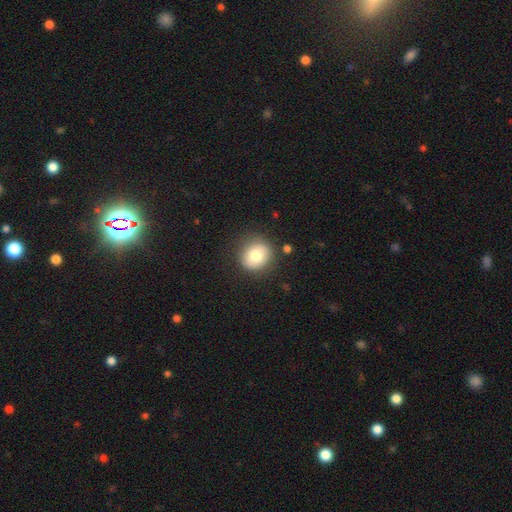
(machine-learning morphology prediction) Smooth or featured?
  - smooth: 76% *
  - featured or disk: 15%
  - star or artifact: 9%
How rounded?
  - round: 85% *
  - in between: 14%
  - cigar-shaped: 1%
Merging?
  - none: 83% *
  - minor disturbance: 12%
  - major disturbance: 4%
  - merger: 2%